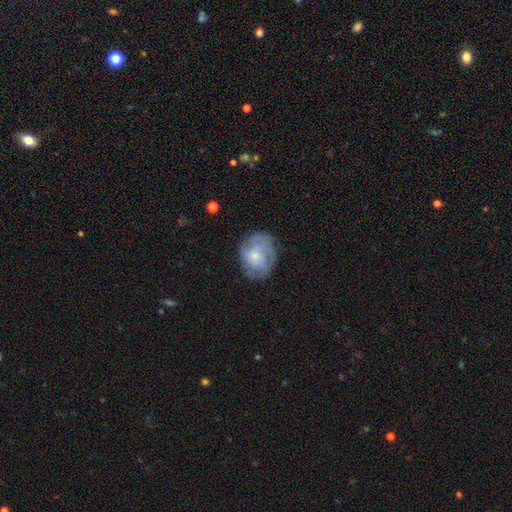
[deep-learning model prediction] Smooth or featured? featured or disk (48%)
Merging? none (68%)